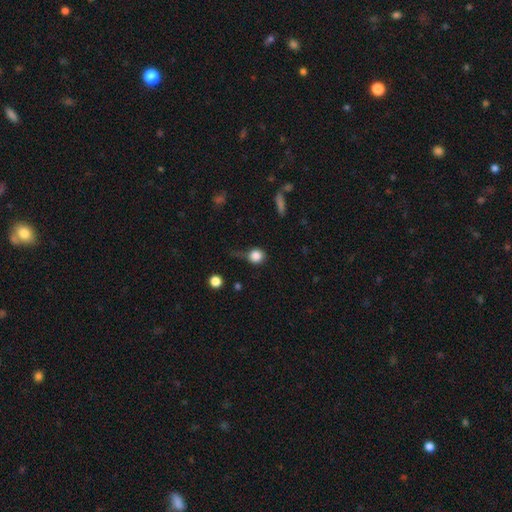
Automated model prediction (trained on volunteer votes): A smooth galaxy with no disk features (84%) that is round (89%).

Vote fractions:
- Smooth or featured? smooth: 84% / star or artifact: 10% / featured or disk: 6%
- How rounded? round: 89% / in between: 10% / cigar-shaped: 1%
- Merging? none: 54% / minor disturbance: 27% / major disturbance: 14% / merger: 5%